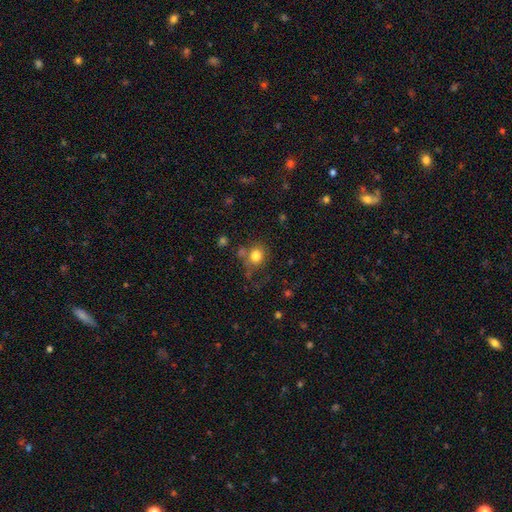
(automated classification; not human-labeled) This is likely a smooth galaxy (79%). How rounded: likely round (74%). Merging: likely none (60%).